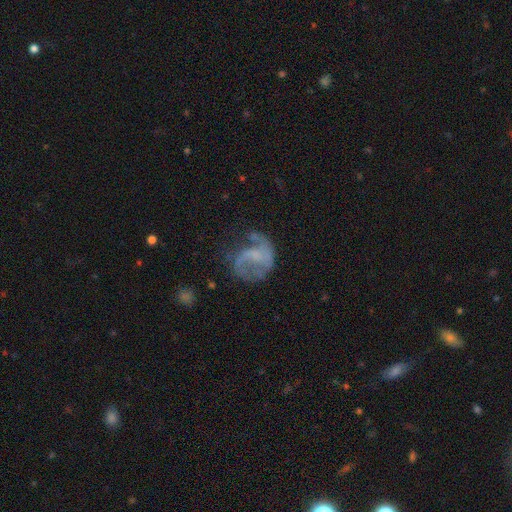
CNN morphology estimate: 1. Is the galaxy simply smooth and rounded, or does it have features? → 67% featured or disk, 22% smooth, 10% star or artifact.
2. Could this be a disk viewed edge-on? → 98% no, 2% yes.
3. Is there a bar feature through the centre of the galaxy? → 55% no, 35% weak, 10% strong.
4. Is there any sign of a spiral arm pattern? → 75% yes, 25% no.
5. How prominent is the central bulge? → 52% none, 32% small, 12% moderate, 2% large, 1% dominant.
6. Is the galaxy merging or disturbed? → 42% none, 32% major disturbance, 22% minor disturbance, 4% merger.